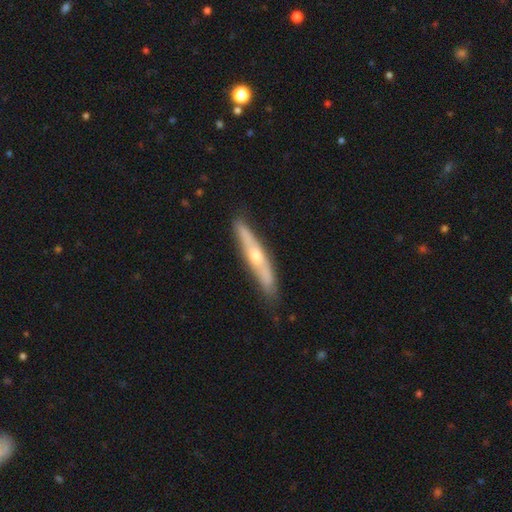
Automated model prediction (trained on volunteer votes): Smooth or featured: featured or disk — 57% (smooth — 37%)
Edge-on disk: yes — 86% (no — 14%)
Merging: none — 82% (minor disturbance — 14%)